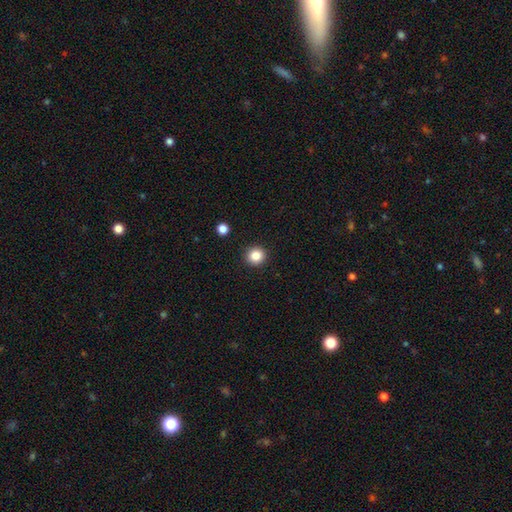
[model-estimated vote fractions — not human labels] This appears to be a smooth galaxy with no disk features (85%) that is round (92%). Merging: none (92%).